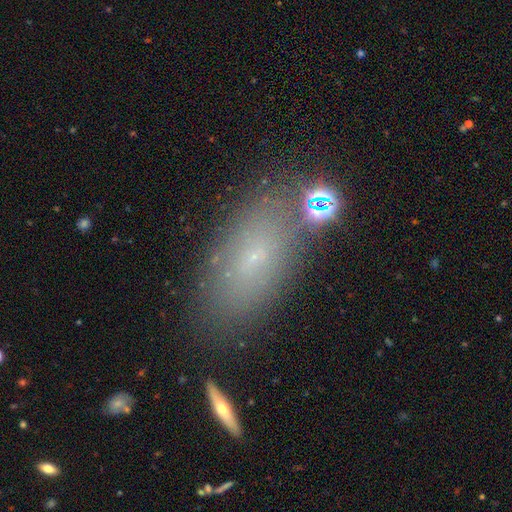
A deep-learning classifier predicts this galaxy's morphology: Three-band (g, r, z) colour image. It shows a smooth galaxy with no disk features (59%) that is in between round and cigar-shaped (85%). Merging: none (75%).